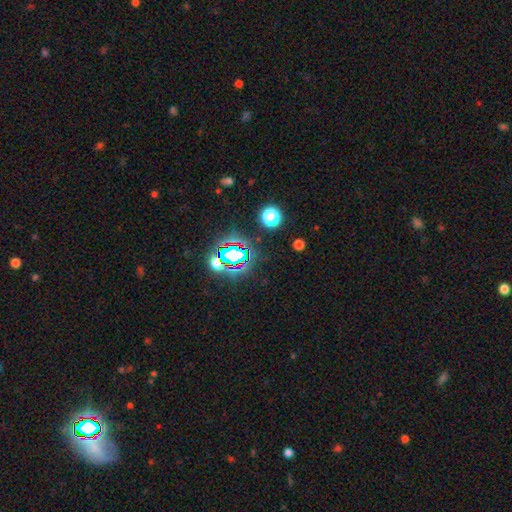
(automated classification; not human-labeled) Smooth or featured? star or artifact (77%)